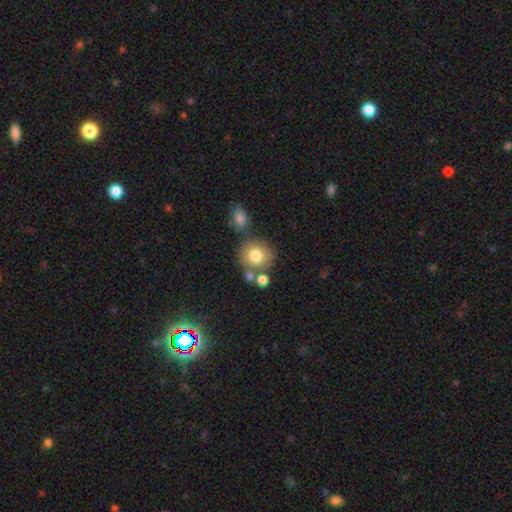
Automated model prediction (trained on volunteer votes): Smooth or featured: smooth — 76% (featured or disk — 14%)
How rounded: round — 81% (in between — 18%)
Merging: none — 63% (merger — 20%)